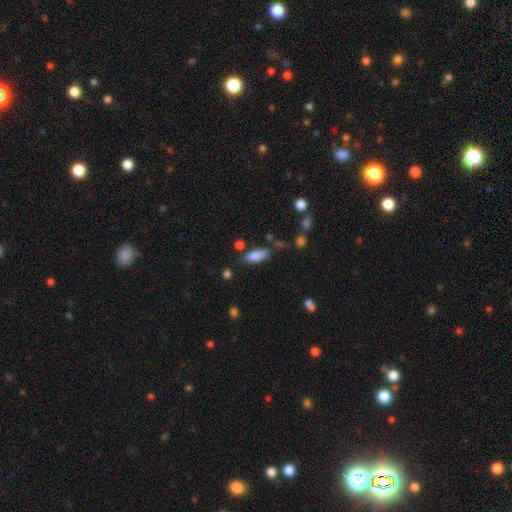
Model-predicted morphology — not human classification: Smooth or featured?
  - smooth: 86% *
  - star or artifact: 7%
  - featured or disk: 7%
How rounded?
  - in between: 80% *
  - cigar-shaped: 18%
  - round: 2%
Merging?
  - none: 71% *
  - minor disturbance: 17%
  - merger: 6%
  - major disturbance: 5%